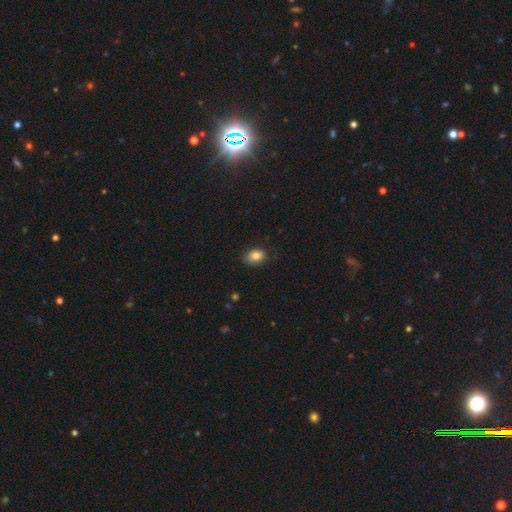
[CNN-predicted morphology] smooth-or-featured: smooth: 84% | star or artifact: 9% | featured or disk: 7%
  how-rounded: in between: 70% | round: 29% | cigar-shaped: 1%
  merging: none: 80% | minor disturbance: 15% | major disturbance: 3% | merger: 1%